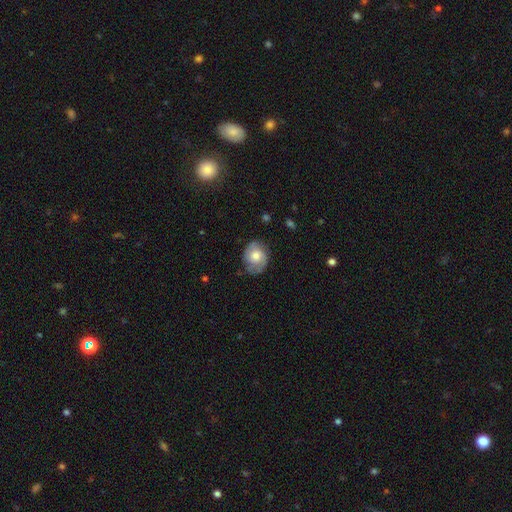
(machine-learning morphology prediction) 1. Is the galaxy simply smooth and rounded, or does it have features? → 50% smooth, 42% featured or disk, 7% star or artifact.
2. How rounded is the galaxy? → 57% round, 43% in between, 1% cigar-shaped.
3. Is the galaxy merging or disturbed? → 71% none, 22% minor disturbance, 6% major disturbance, 1% merger.